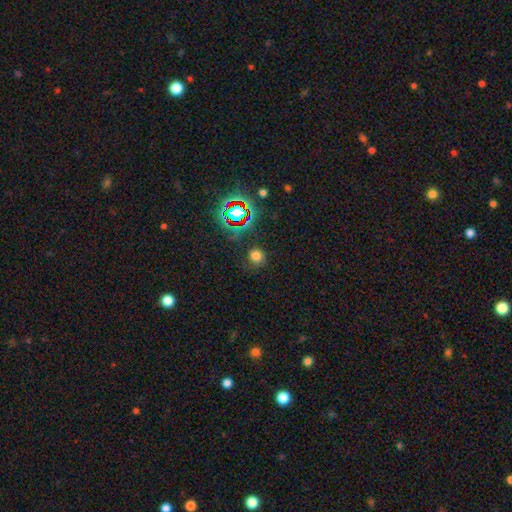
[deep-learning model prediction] Q: Smooth or featured?
A: smooth (71%); runner-up: star or artifact (23%)
Q: How rounded?
A: round (88%); runner-up: in between (10%)
Q: Merging?
A: none (80%); runner-up: minor disturbance (12%)